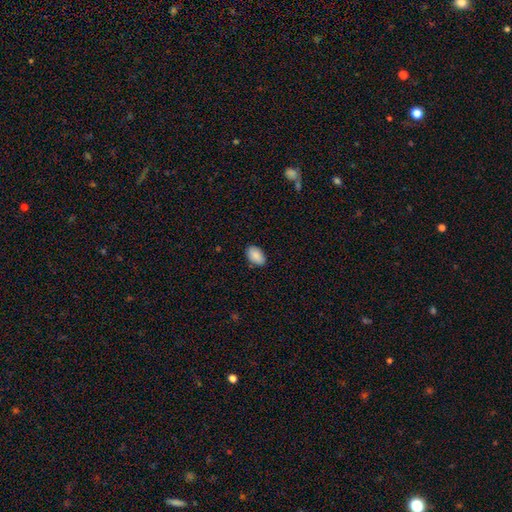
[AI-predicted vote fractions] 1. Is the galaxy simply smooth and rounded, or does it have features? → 88% smooth, 7% star or artifact, 5% featured or disk.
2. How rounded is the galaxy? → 92% in between, 6% round, 1% cigar-shaped.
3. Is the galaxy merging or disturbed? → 85% none, 12% minor disturbance, 2% major disturbance, 1% merger.